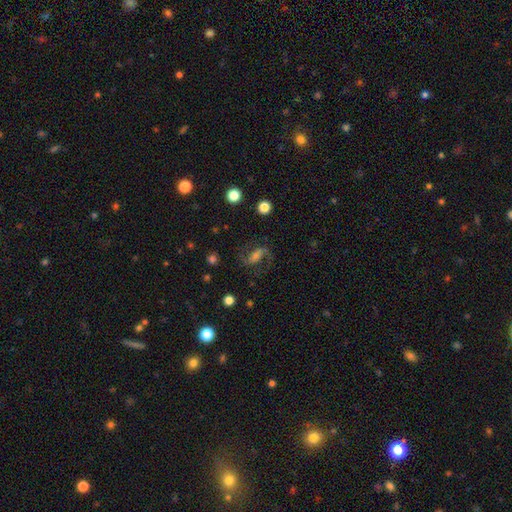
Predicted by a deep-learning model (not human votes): smooth_or_featured: featured or disk (p=0.78) [alt: smooth p=0.12]
disk_edge_on: no (p=0.96) [alt: yes p=0.04]
bar: weak (p=0.41) [alt: strong p=0.36]
has_spiral_arms: yes (p=0.96) [alt: no p=0.04]
spiral_winding: medium (p=0.47) [alt: loose p=0.43]
spiral_arm_count: 2 (p=0.92) [alt: 1 p=0.03]
bulge_size: small (p=0.35) [alt: moderate p=0.30]
merging: none (p=0.74) [alt: minor disturbance p=0.13]